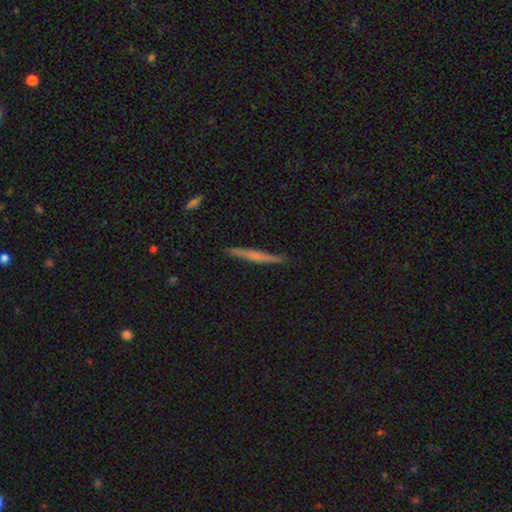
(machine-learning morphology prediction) This is possibly a featured or disk galaxy (50%). Merging: clearly none (88%).